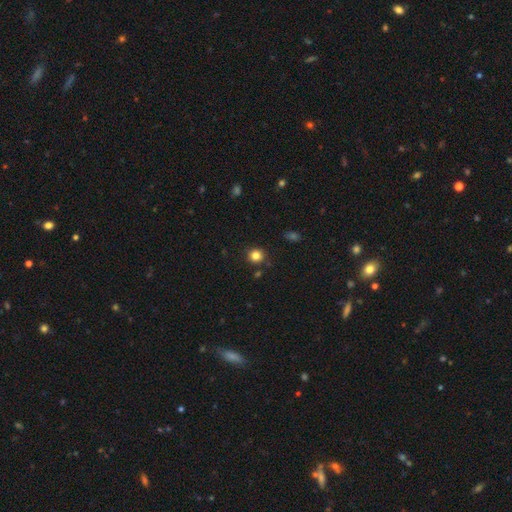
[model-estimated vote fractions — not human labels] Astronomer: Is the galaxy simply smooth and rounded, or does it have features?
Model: smooth — 83%.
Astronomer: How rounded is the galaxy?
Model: round — 90%.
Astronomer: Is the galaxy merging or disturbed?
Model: none — 88%.